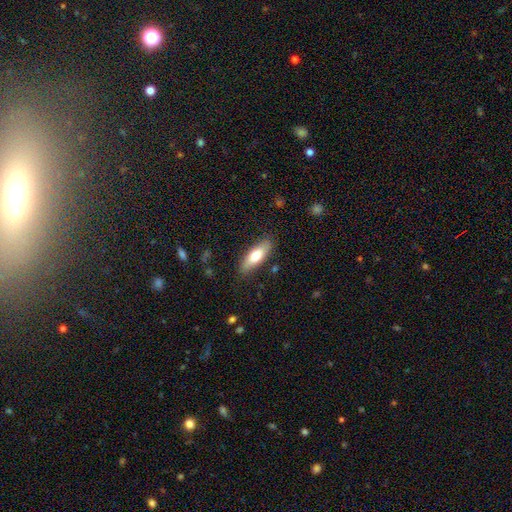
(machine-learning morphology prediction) smooth_or_featured: smooth (p=0.72) [alt: featured or disk p=0.22]
how_rounded: in between (p=0.56) [alt: cigar-shaped p=0.41]
merging: none (p=0.85) [alt: minor disturbance p=0.11]